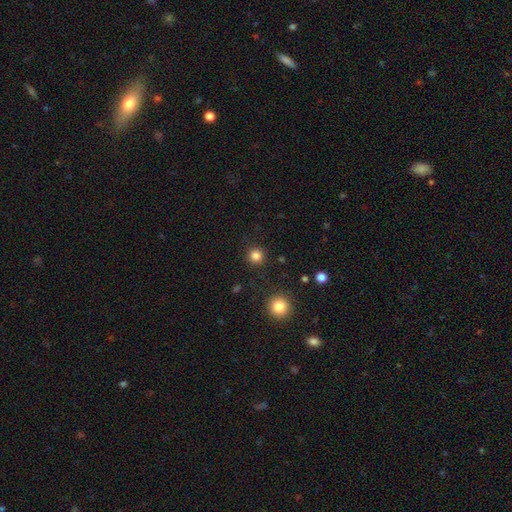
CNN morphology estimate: A smooth galaxy with no disk features (82%) that is round (95%).

Vote fractions:
- Smooth or featured? smooth: 82% / star or artifact: 14% / featured or disk: 4%
- How rounded? round: 95% / in between: 4% / cigar-shaped: 1%
- Merging? none: 90% / minor disturbance: 5% / major disturbance: 3% / merger: 2%